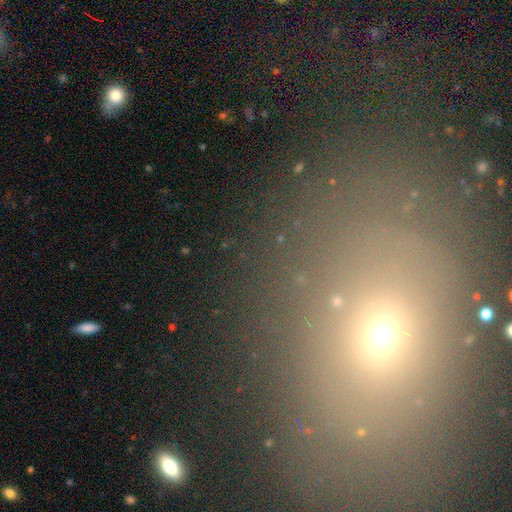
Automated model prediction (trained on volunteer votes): Smooth or featured? smooth (46%)
Merging? none (75%)